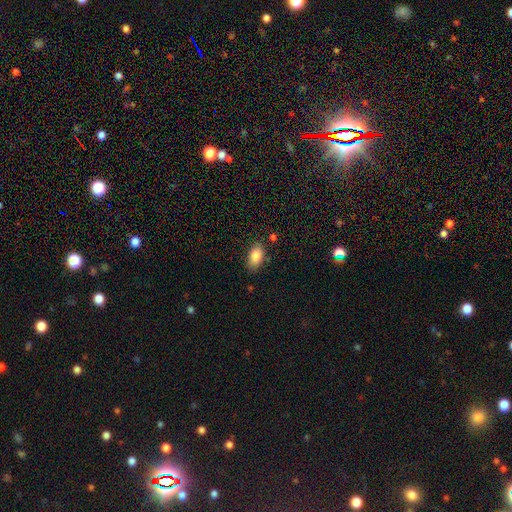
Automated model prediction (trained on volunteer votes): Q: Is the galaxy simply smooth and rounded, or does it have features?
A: smooth — 84%.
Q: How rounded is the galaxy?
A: in between — 91%.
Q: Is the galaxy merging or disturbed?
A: none — 82%.